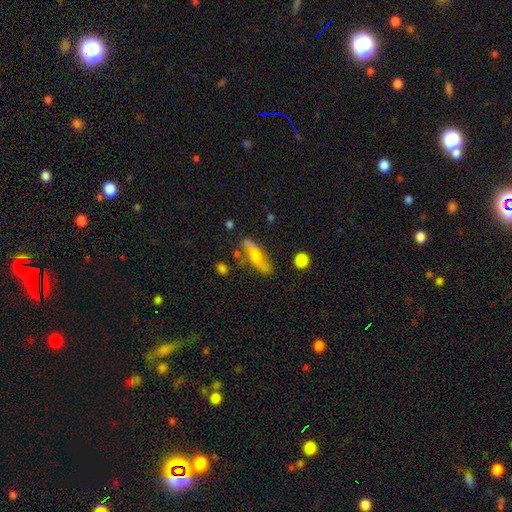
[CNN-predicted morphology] Smooth or featured? smooth (53%)
How rounded? in between (56%)
Merging? none (49%)